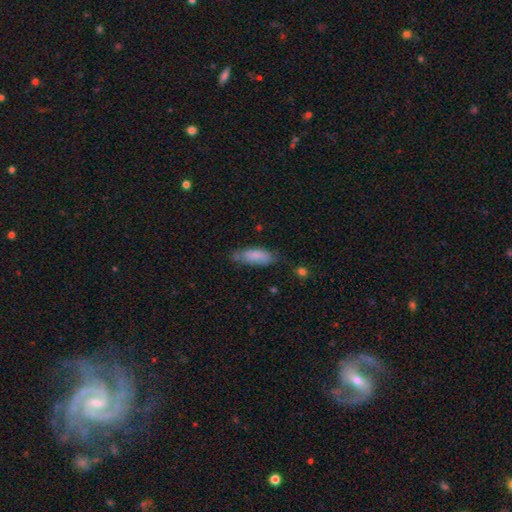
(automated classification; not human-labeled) The model was most divided on "merging": none: 60%, minor disturbance: 30%, major disturbance: 8%, merger: 3%. More confident: smooth or featured — smooth (79%); how rounded — in between (75%).